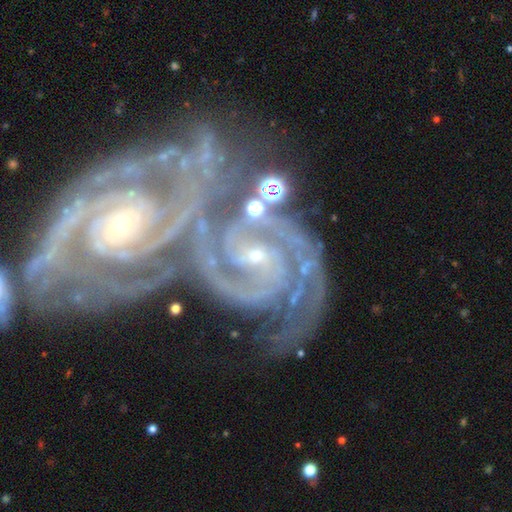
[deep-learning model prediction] smooth_or_featured: featured or disk (p=0.91) [alt: star or artifact p=0.05]
disk_edge_on: no (p=0.97) [alt: yes p=0.03]
bar: no (p=0.52) [alt: weak p=0.30]
has_spiral_arms: yes (p=0.98) [alt: no p=0.02]
spiral_winding: tight (p=0.67) [alt: medium p=0.29]
spiral_arm_count: 2 (p=0.45) [alt: 3 p=0.22]
bulge_size: small (p=0.73) [alt: moderate p=0.22]
merging: merger (p=0.65) [alt: none p=0.19]